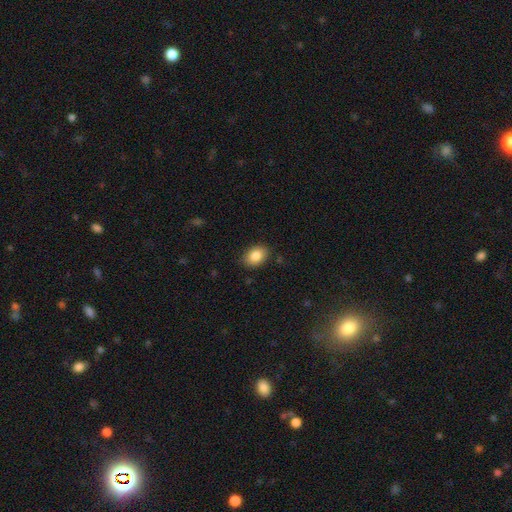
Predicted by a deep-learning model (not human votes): Q: Smooth or featured?
A: smooth (86%); runner-up: star or artifact (8%)
Q: How rounded?
A: in between (77%); runner-up: round (22%)
Q: Merging?
A: none (85%); runner-up: minor disturbance (11%)